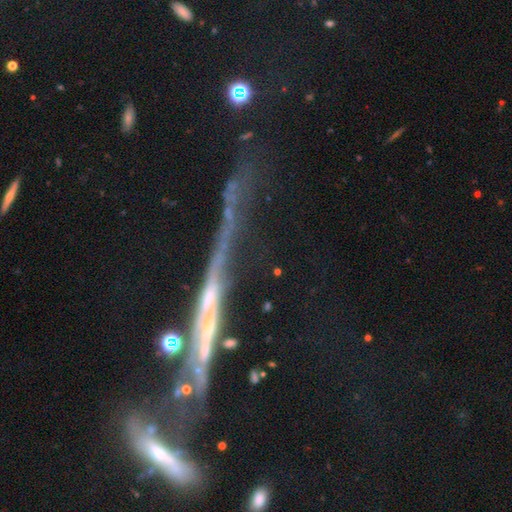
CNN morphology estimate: This is likely a featured or disk galaxy (66%). It is likely viewed edge-on (78%). Edge-on bulge: possibly none (58%). Merging: marginally none (38%).